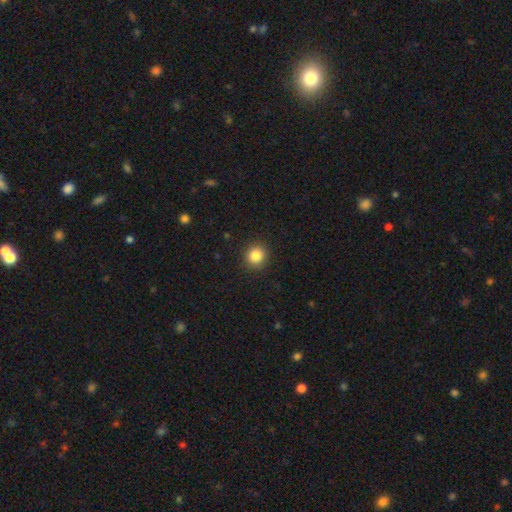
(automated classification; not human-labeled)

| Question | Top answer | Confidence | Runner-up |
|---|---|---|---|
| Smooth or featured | smooth | 85% | star or artifact (11%) |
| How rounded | round | 89% | in between (10%) |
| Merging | none | 91% | minor disturbance (6%) |